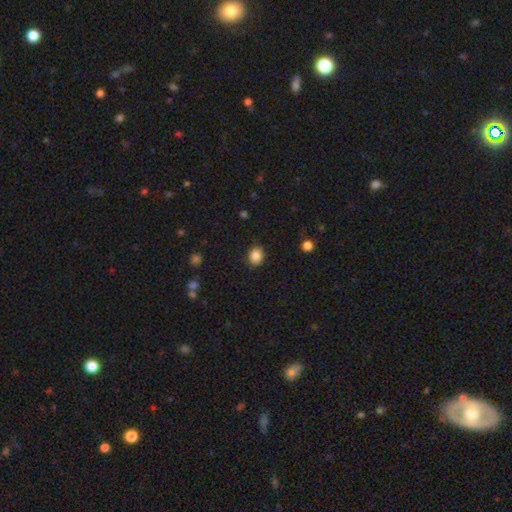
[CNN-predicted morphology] Overall: smooth (86%). How rounded: round (54%; in between 46%). Merging: none (87%).